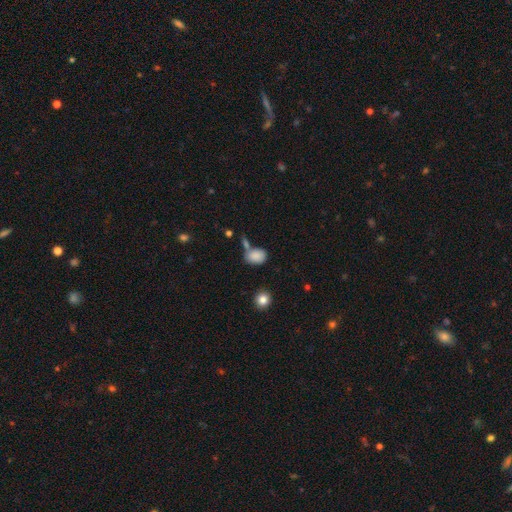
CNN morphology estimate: smooth_or_featured: smooth (p=0.85) [alt: star or artifact p=0.09]
how_rounded: in between (p=0.72) [alt: round p=0.26]
merging: none (p=0.53) [alt: merger p=0.22]